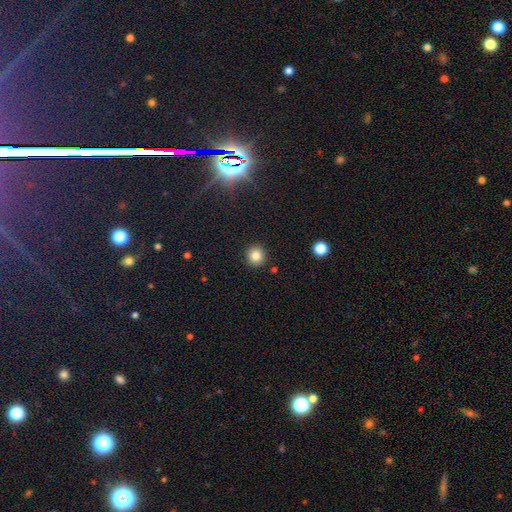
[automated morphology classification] Overall: smooth (84%). How rounded: round (93%). Merging: none (91%).